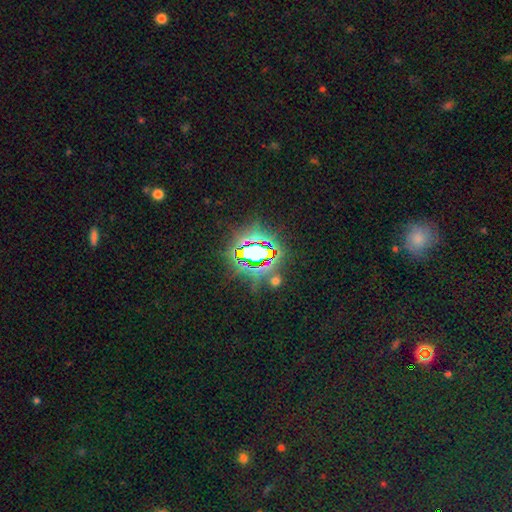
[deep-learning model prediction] A star or artifact, not a galaxy (81%).